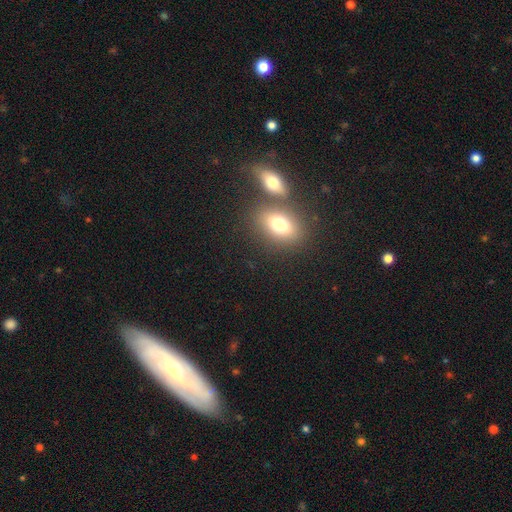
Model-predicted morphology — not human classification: smooth 50%, featured or disk 26%, star or artifact 24%. Down the decision tree: how rounded — in between (51%); merging — none (71%).